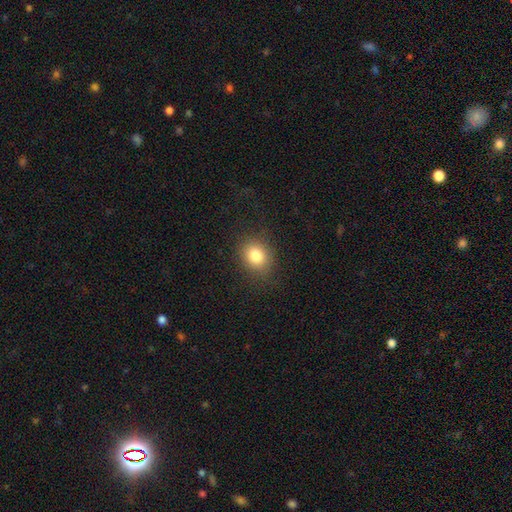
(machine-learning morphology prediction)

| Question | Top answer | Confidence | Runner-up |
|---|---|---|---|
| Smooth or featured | smooth | 82% | star or artifact (11%) |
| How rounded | round | 62% | in between (37%) |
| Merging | none | 85% | minor disturbance (10%) |